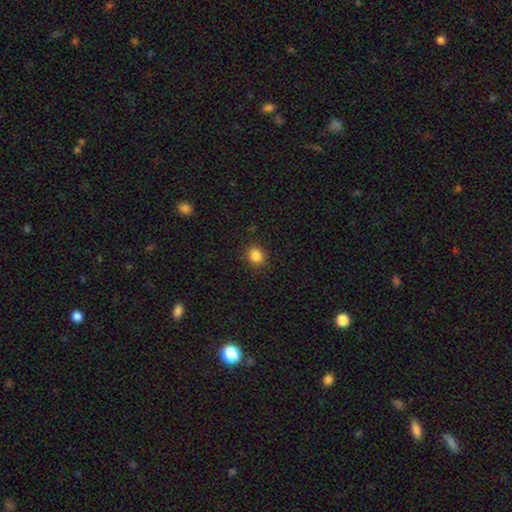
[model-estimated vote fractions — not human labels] Smooth or featured?
  - smooth: 85% *
  - star or artifact: 11%
  - featured or disk: 4%
How rounded?
  - round: 70% *
  - in between: 29%
  - cigar-shaped: 1%
Merging?
  - none: 87% *
  - minor disturbance: 9%
  - major disturbance: 3%
  - merger: 1%